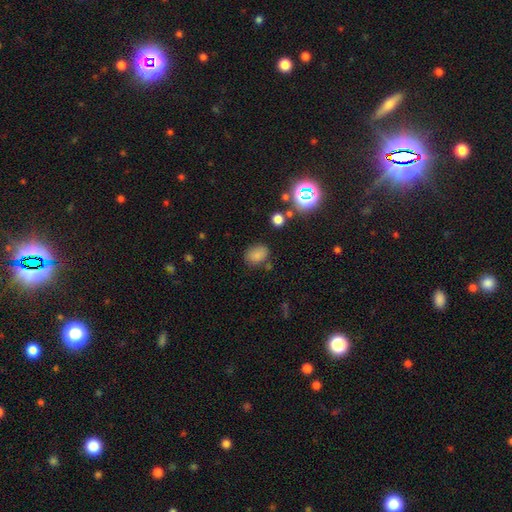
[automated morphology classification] type=smooth (76%); roundness=in between (67%); merging=none (76%).